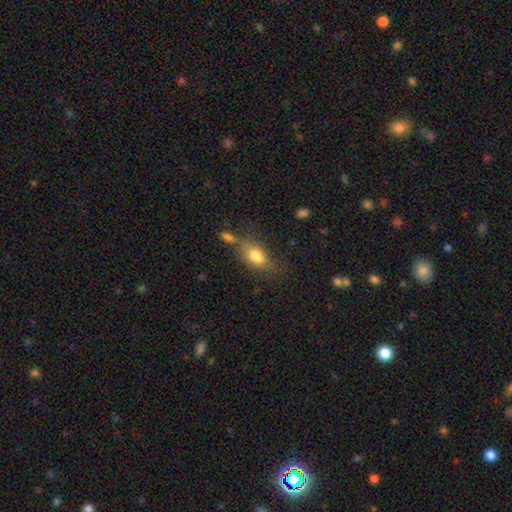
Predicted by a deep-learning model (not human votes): Smooth or featured? Predicted: smooth (p=0.77). How rounded? Predicted: in between (p=0.84). Merging? Predicted: none (p=0.48).